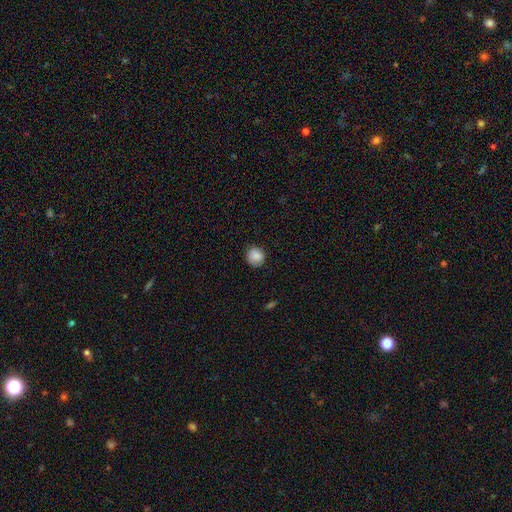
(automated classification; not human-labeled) Morphology: type=smooth (86%); roundness=round (84%); merging=none (83%).